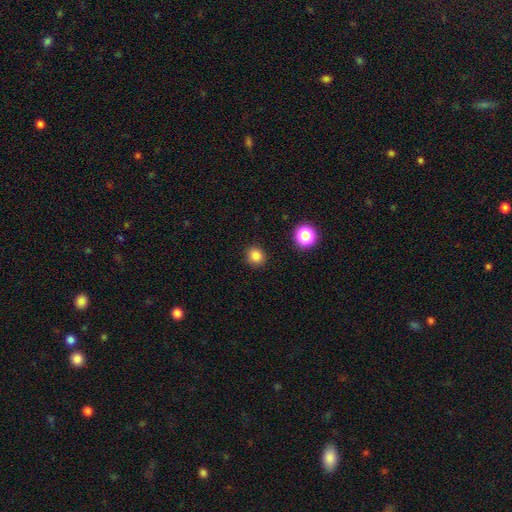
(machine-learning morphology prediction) A smooth galaxy with no disk features (83%) that is round (86%). Merging: none (90%).